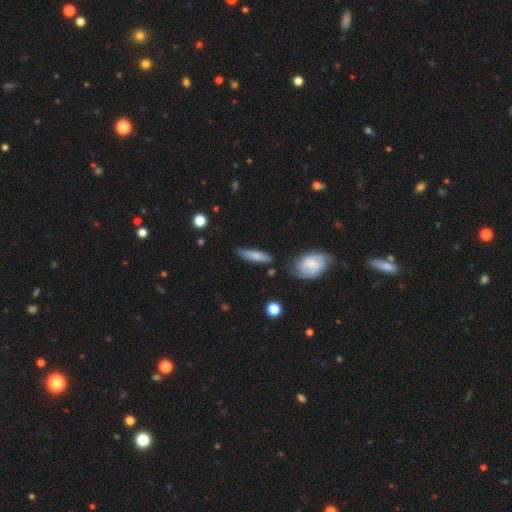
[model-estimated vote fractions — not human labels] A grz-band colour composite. It shows a smooth galaxy with no disk features (64%) that is cigar-shaped (74%). Merging: none (73%).